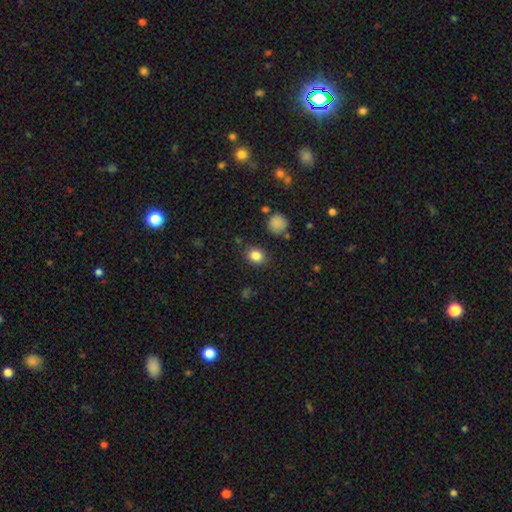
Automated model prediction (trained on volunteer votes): Morphology: type=smooth (84%); roundness=round (60%); merging=none (85%).